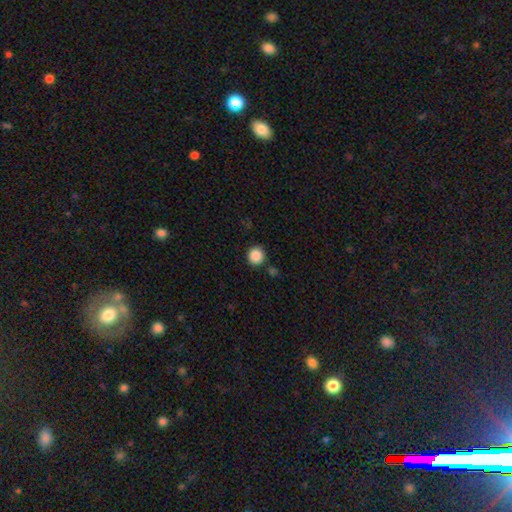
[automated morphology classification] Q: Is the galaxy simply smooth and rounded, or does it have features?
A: smooth — 88%.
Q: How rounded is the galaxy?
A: round — 91%.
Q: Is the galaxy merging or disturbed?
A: none — 85%.